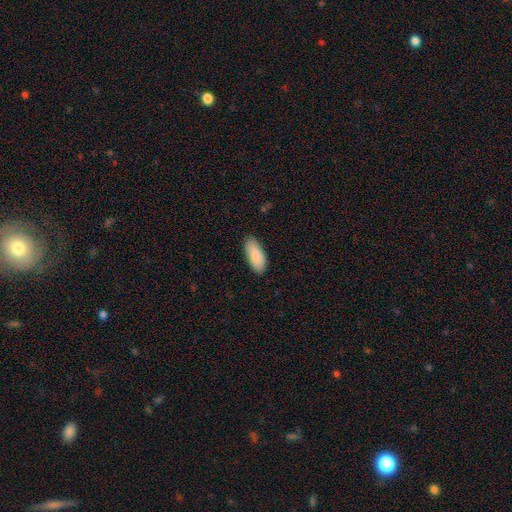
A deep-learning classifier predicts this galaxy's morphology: The model was most divided on "how rounded": in between: 86%, cigar-shaped: 13%, round: 2%. More confident: smooth or featured — smooth (88%); merging — none (85%).